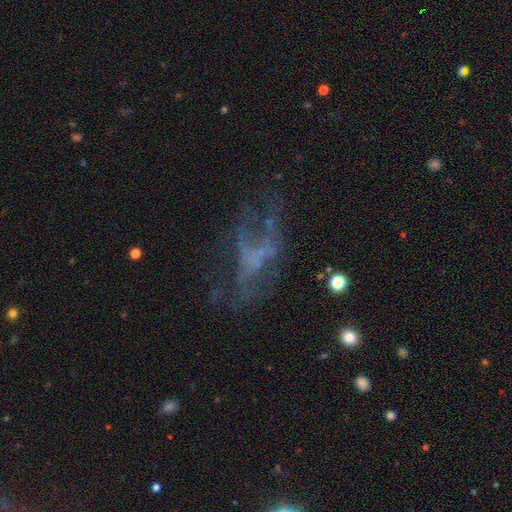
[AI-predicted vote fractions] smooth_or_featured: featured or disk (p=0.58) [alt: star or artifact p=0.22]
disk_edge_on: no (p=0.95) [alt: yes p=0.05]
bar: no (p=0.81) [alt: weak p=0.14]
has_spiral_arms: no (p=0.76) [alt: yes p=0.24]
bulge_size: none (p=0.74) [alt: small p=0.15]
merging: none (p=0.41) [alt: major disturbance p=0.39]